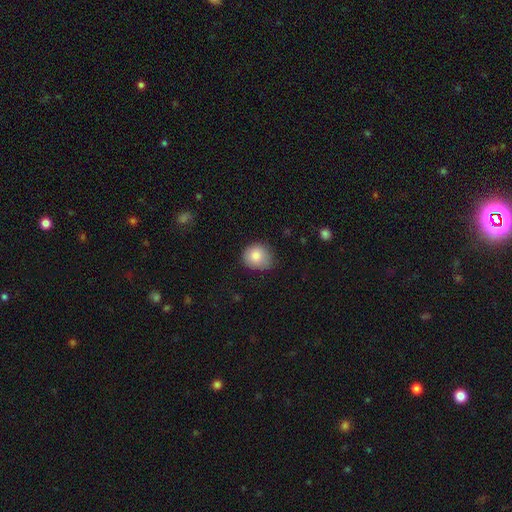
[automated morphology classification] A smooth galaxy with no disk features (84%) that is round (76%). Merging: none (70%).